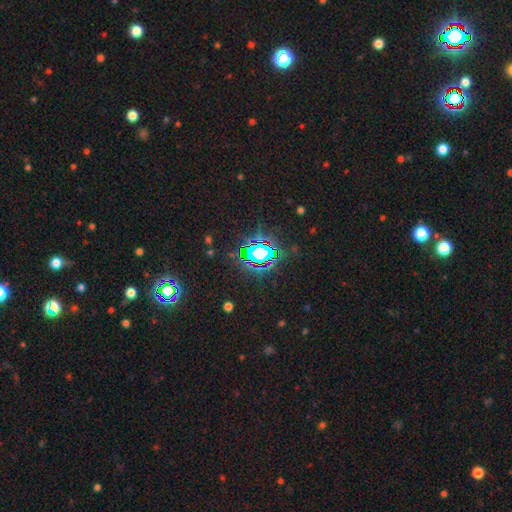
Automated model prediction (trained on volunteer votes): This is likely a star or artifact rather than a galaxy (78%).